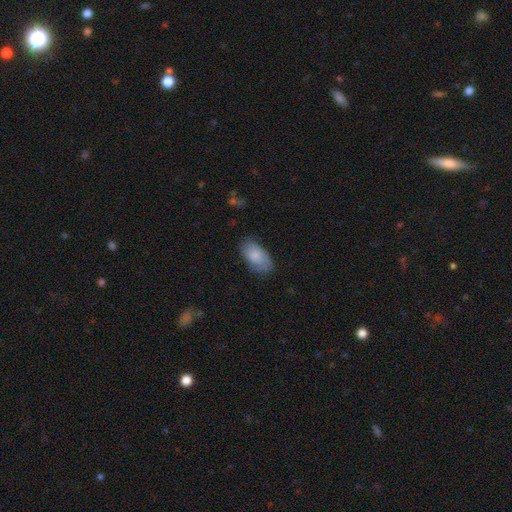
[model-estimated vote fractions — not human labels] A smooth galaxy with no disk features (73%) that is in between round and cigar-shaped (94%).

Vote fractions:
- Smooth or featured? smooth: 73% / featured or disk: 20% / star or artifact: 6%
- How rounded? in between: 94% / round: 4% / cigar-shaped: 2%
- Merging? none: 68% / minor disturbance: 25% / major disturbance: 6% / merger: 1%